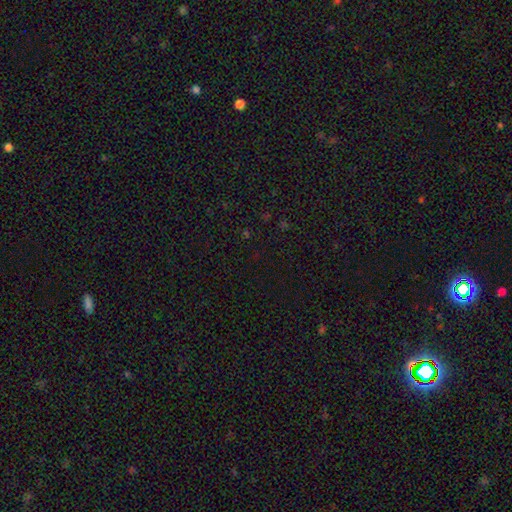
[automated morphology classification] Overall: star or artifact (66%; smooth 26%).